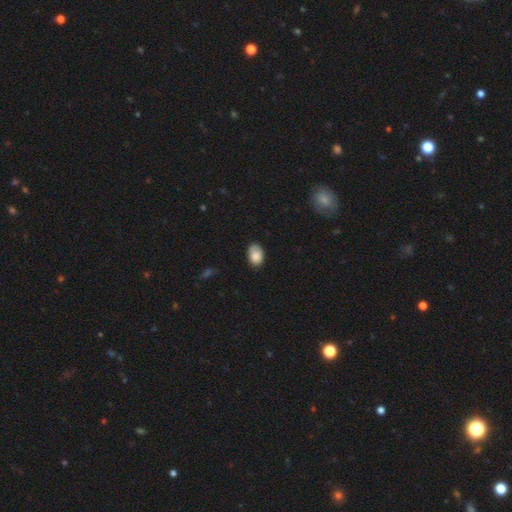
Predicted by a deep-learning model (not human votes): Smooth or featured: smooth — 86% (star or artifact — 8%)
How rounded: in between — 84% (round — 15%)
Merging: none — 73% (minor disturbance — 22%)